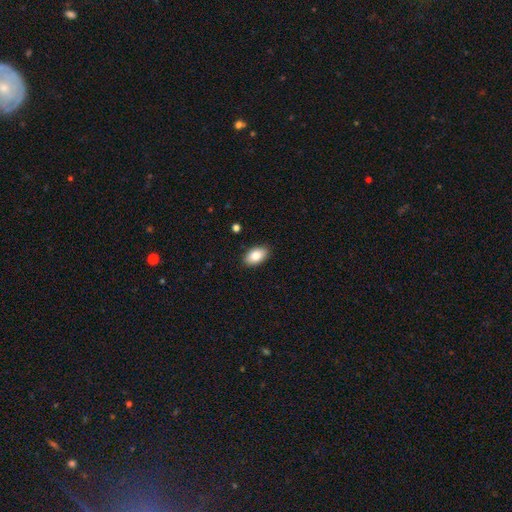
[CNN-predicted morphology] Smooth or featured: smooth — 84% (featured or disk — 9%)
How rounded: in between — 93% (round — 6%)
Merging: none — 89% (minor disturbance — 8%)